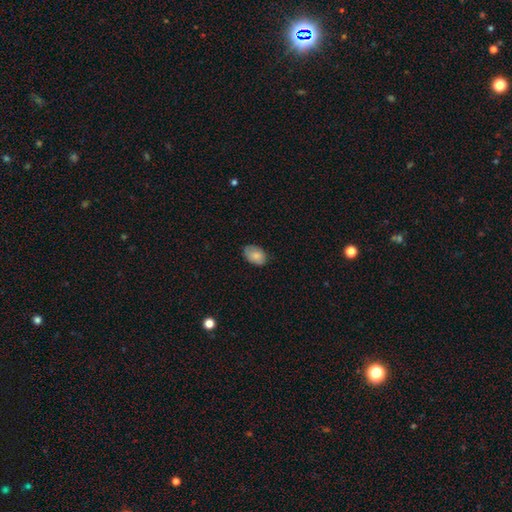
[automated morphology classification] Smooth or featured? smooth (84%)
How rounded? in between (85%)
Merging? none (77%)